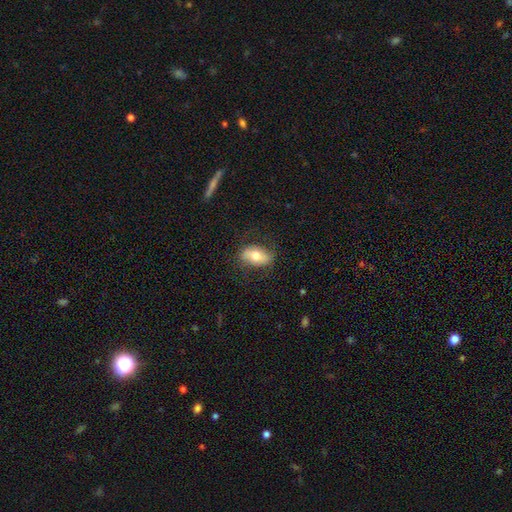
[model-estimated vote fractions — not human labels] A smooth galaxy with no disk features (64%) that is in between round and cigar-shaped (88%).

Vote fractions:
- Smooth or featured? smooth: 64% / featured or disk: 29% / star or artifact: 7%
- How rounded? in between: 88% / round: 8% / cigar-shaped: 4%
- Merging? none: 79% / minor disturbance: 15% / major disturbance: 5% / merger: 1%